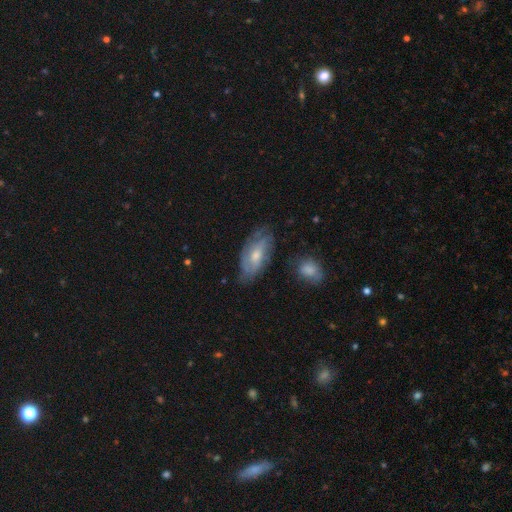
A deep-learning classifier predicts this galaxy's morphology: type=featured or disk (57%); edge-on=no (90%); bar=no (69%); spiral arms=yes (75%); bulge=moderate (55%); merging=none (63%).